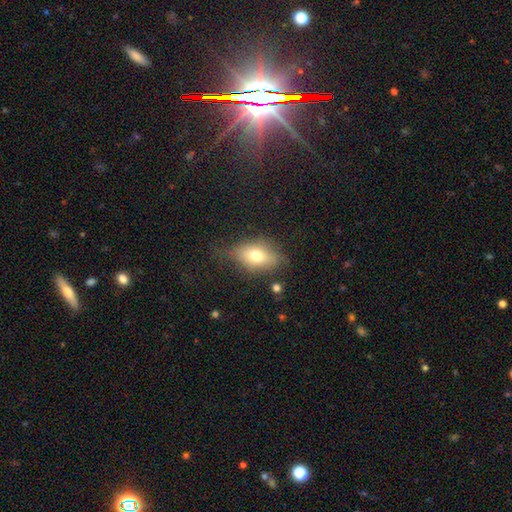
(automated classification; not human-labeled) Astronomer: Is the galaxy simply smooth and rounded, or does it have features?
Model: smooth — 68%.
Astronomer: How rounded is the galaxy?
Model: in between — 80%.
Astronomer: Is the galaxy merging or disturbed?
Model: none — 60%.